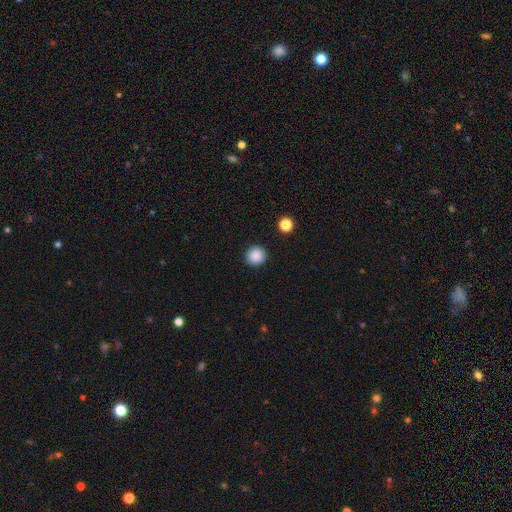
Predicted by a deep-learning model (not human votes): smooth_or_featured: smooth (p=0.87) [alt: star or artifact p=0.09]
how_rounded: round (p=0.95) [alt: in between p=0.04]
merging: none (p=0.91) [alt: minor disturbance p=0.06]